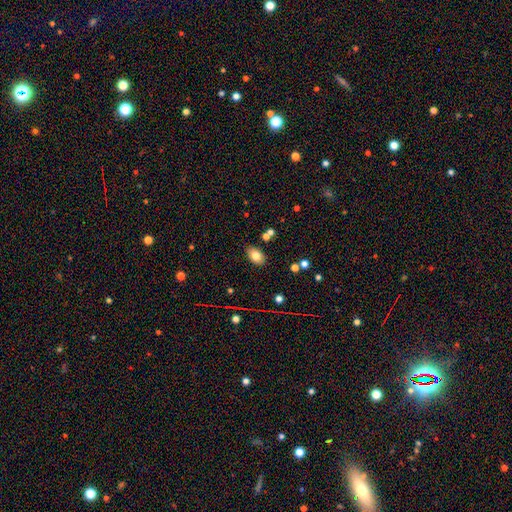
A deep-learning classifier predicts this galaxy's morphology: Smooth or featured?
  - smooth: 78% *
  - featured or disk: 11%
  - star or artifact: 10%
How rounded?
  - in between: 88% *
  - round: 11%
  - cigar-shaped: 1%
Merging?
  - none: 83% *
  - minor disturbance: 11%
  - merger: 4%
  - major disturbance: 2%